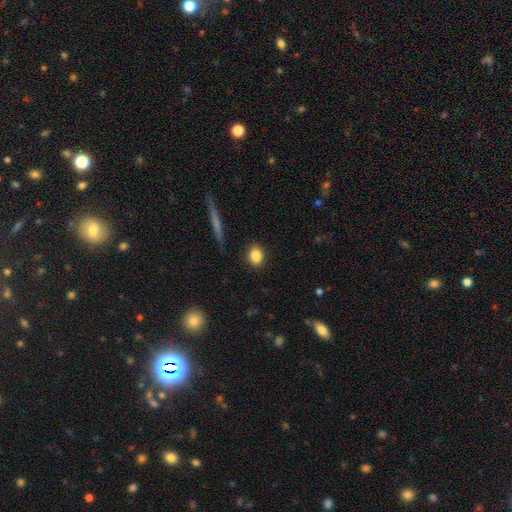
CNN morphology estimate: Smooth or featured? Predicted: smooth (p=0.85). How rounded? Predicted: in between (p=0.55). Merging? Predicted: none (p=0.88).